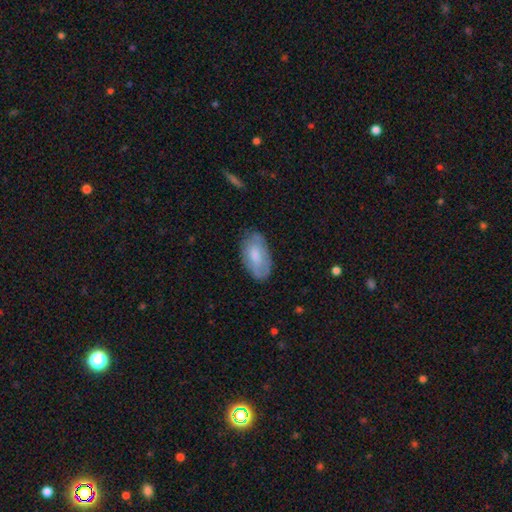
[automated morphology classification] Smooth or featured: smooth — 67% (featured or disk — 27%)
How rounded: in between — 94% (round — 3%)
Merging: none — 75% (minor disturbance — 20%)